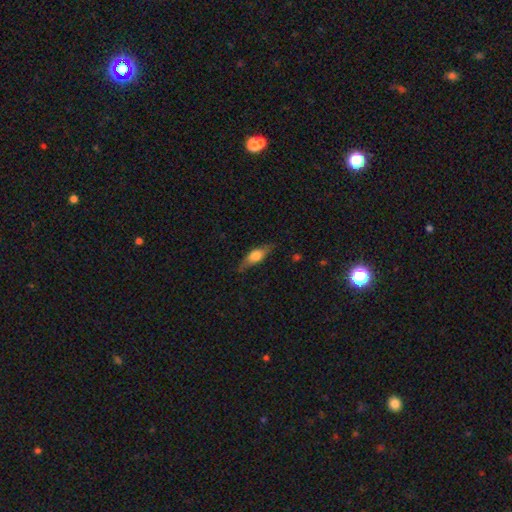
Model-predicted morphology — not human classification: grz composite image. It shows a smooth galaxy with no disk features (58%) that is in between round and cigar-shaped (64%). Merging: none (72%).